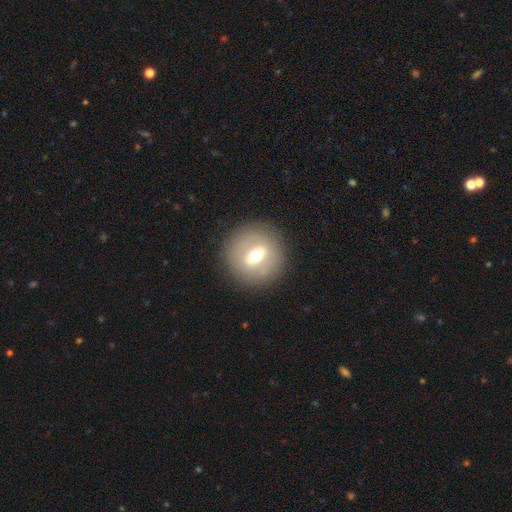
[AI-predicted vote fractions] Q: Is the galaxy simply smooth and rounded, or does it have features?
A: featured or disk — 51%.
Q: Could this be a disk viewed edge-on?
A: no — 77%.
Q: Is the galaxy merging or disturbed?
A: none — 86%.